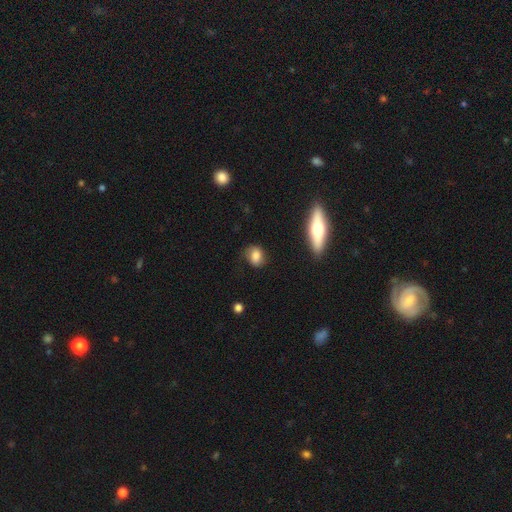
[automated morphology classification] type=smooth (75%); roundness=in between (51%); merging=none (73%).